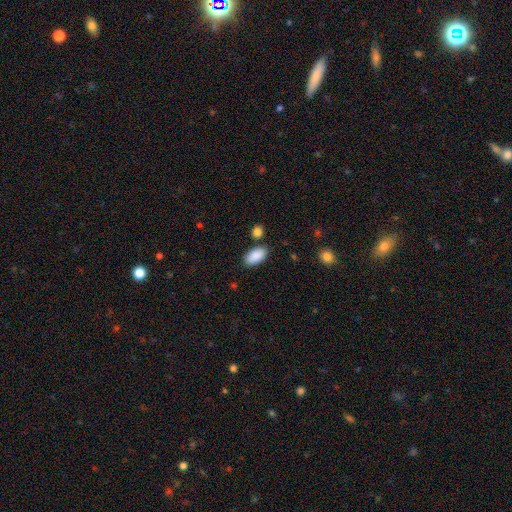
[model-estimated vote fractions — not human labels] Q: Smooth or featured?
A: smooth (90%); runner-up: star or artifact (6%)
Q: How rounded?
A: in between (94%); runner-up: cigar-shaped (3%)
Q: Merging?
A: none (81%); runner-up: minor disturbance (11%)